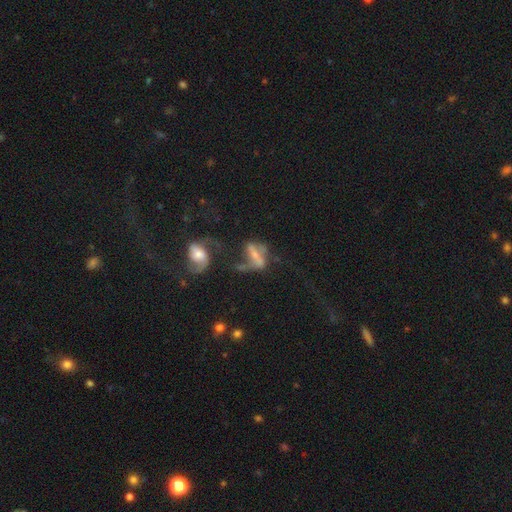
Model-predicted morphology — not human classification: smooth_or_featured: featured or disk (p=0.59) [alt: smooth p=0.30]
disk_edge_on: no (p=0.86) [alt: yes p=0.14]
bar: strong (p=0.39) [alt: no p=0.32]
has_spiral_arms: yes (p=0.61) [alt: no p=0.39]
bulge_size: small (p=0.45) [alt: moderate p=0.31]
merging: merger (p=0.32) [alt: major disturbance p=0.30]